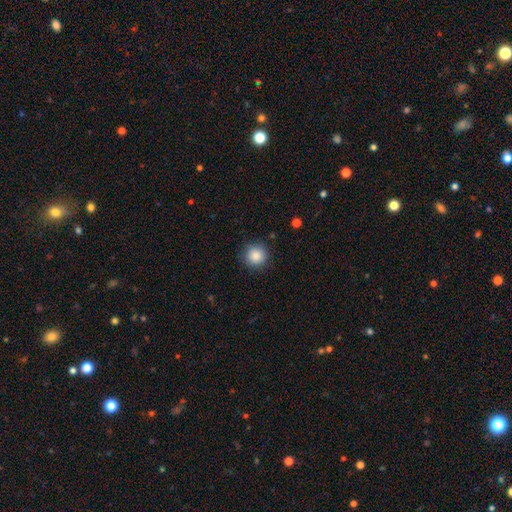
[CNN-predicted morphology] smooth-or-featured: smooth: 87% | star or artifact: 9% | featured or disk: 4%
  how-rounded: round: 94% | in between: 5% | cigar-shaped: 1%
  merging: none: 88% | minor disturbance: 8% | major disturbance: 2% | merger: 1%